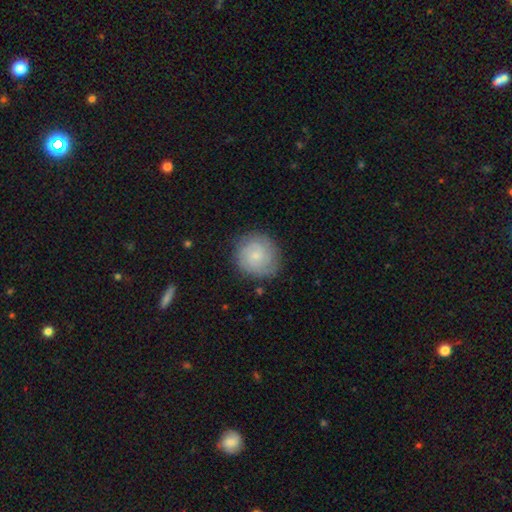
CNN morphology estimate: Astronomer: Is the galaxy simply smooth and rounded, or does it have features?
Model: featured or disk — 53% (runner-up: smooth, 40%).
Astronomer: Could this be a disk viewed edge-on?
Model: no — 98%.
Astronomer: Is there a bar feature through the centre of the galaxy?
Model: no — 76%.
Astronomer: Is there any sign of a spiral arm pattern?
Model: yes — 89%.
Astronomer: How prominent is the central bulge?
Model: small — 74%.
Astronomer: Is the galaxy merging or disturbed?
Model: none — 83%.